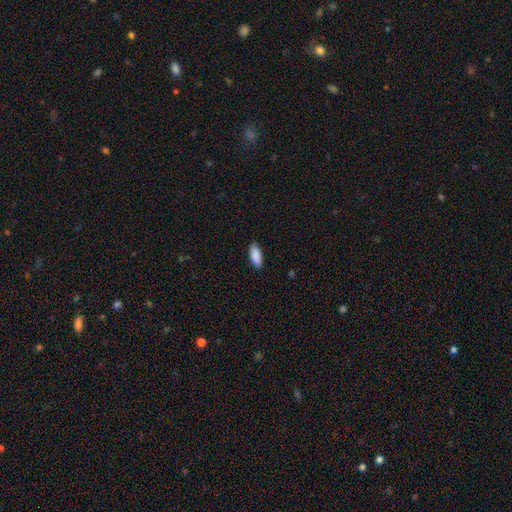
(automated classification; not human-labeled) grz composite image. It shows a smooth galaxy with no disk features (90%) that is in between round and cigar-shaped (79%). Merging: none (88%).